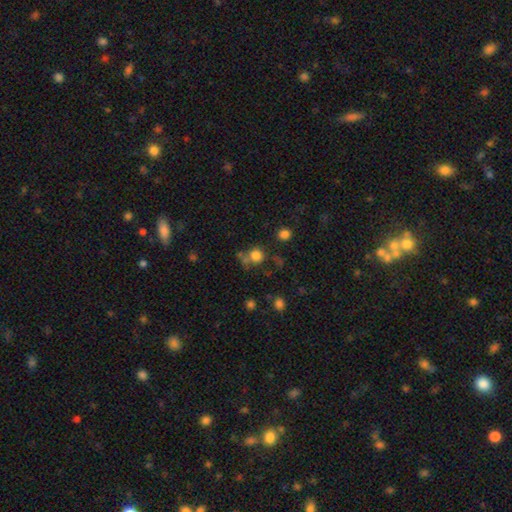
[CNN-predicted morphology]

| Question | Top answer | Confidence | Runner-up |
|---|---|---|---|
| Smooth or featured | smooth | 77% | star or artifact (15%) |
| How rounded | round | 89% | in between (10%) |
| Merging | none | 62% | merger (21%) |